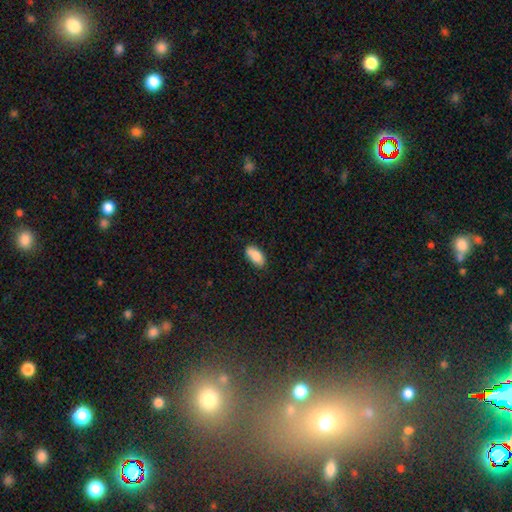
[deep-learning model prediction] The model was most divided on "merging": none: 69%, minor disturbance: 20%, merger: 8%, major disturbance: 4%. More confident: how rounded — in between (91%); smooth or featured — smooth (81%).